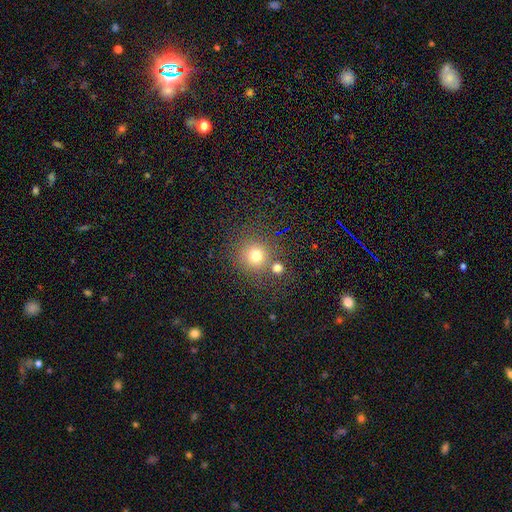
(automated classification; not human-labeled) smooth 74%, star or artifact 17%, featured or disk 9%. Down the decision tree: how rounded — round (92%); merging — none (71%).